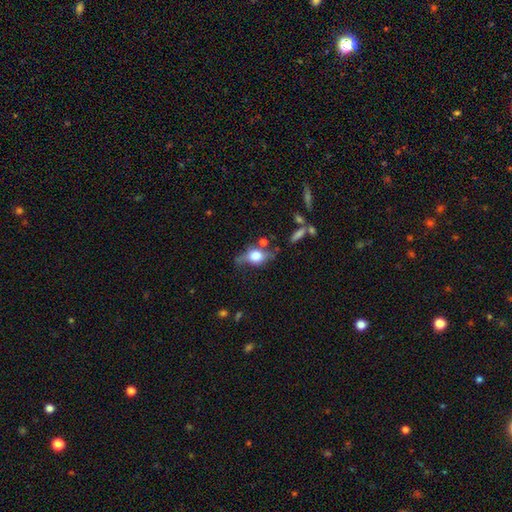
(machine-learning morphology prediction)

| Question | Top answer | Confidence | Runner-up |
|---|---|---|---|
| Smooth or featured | featured or disk | 45% | tied: smooth (45%) |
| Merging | none | 60% | minor disturbance (24%) |